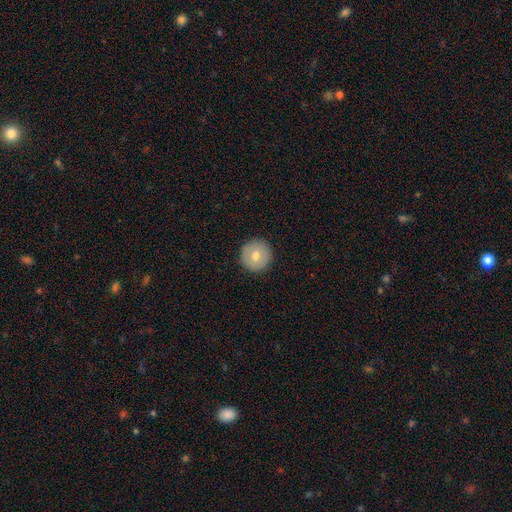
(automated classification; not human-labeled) This is likely a smooth galaxy (68%). How rounded: clearly round (96%). Merging: clearly none (92%).